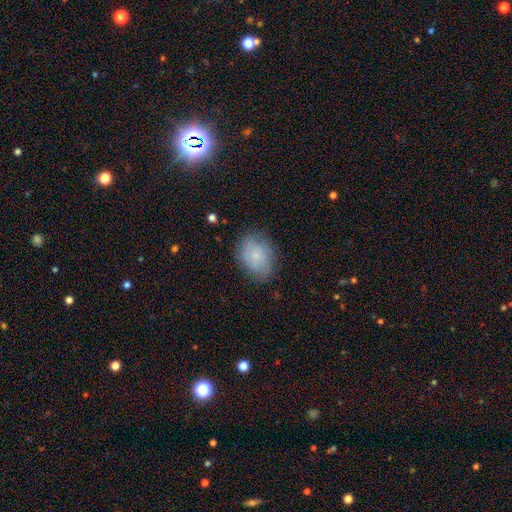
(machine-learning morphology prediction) This is likely a smooth galaxy (66%). How rounded: likely in between (69%). Merging: likely none (74%).